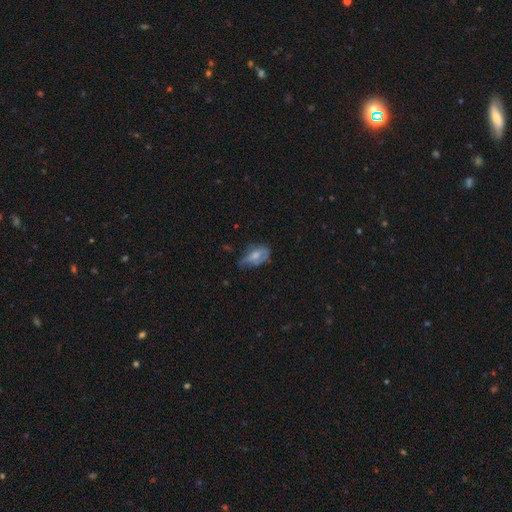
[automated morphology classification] smooth 46%, featured or disk 44%, star or artifact 9%. Down the decision tree: merging — minor disturbance (36%).